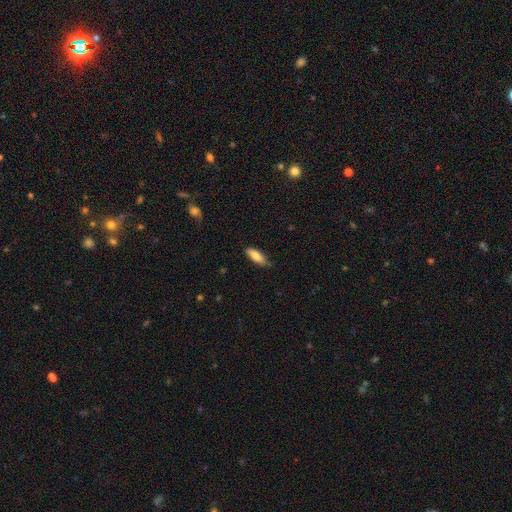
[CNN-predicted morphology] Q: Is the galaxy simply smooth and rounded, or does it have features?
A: smooth — 83%.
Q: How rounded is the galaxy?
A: in between — 60%.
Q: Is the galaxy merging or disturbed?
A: none — 77%.